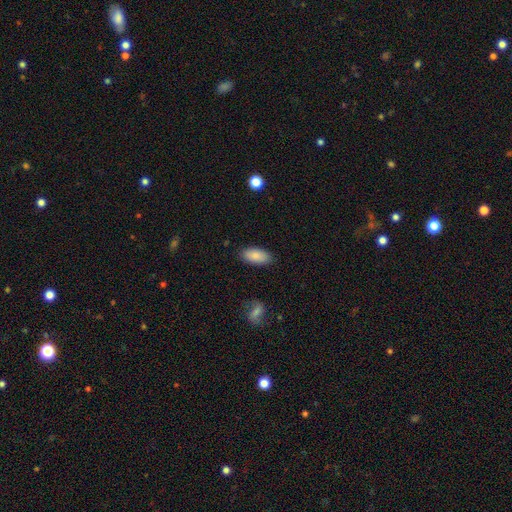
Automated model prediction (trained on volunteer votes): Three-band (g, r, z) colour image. It shows a smooth galaxy with no disk features (87%) that is in between round and cigar-shaped (90%). Merging: none (87%).